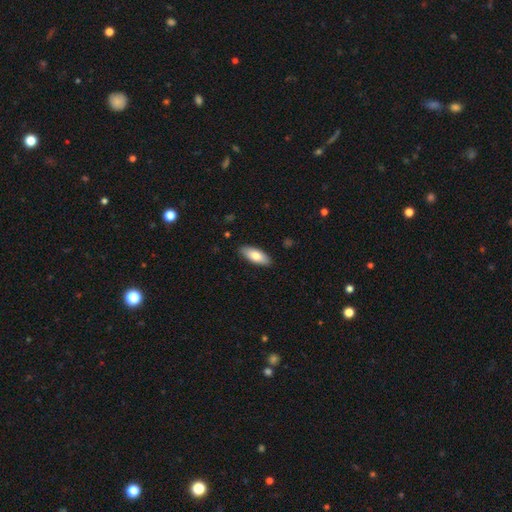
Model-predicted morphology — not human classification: Smooth or featured: smooth — 78% (featured or disk — 16%)
How rounded: in between — 80% (cigar-shaped — 18%)
Merging: none — 88% (minor disturbance — 9%)